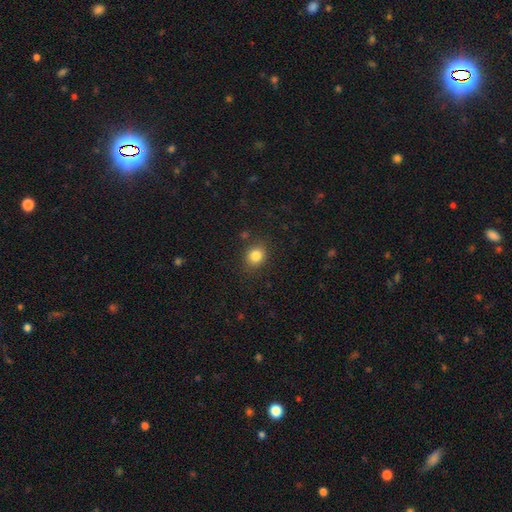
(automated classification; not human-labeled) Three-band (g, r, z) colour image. It shows a smooth galaxy with no disk features (84%) that is round (69%). Merging: none (85%).